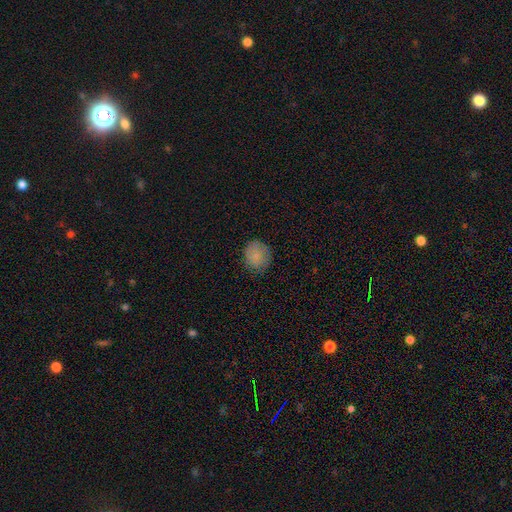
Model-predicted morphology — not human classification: Q: Smooth or featured?
A: smooth (82%); runner-up: star or artifact (9%)
Q: How rounded?
A: round (78%); runner-up: in between (22%)
Q: Merging?
A: none (79%); runner-up: minor disturbance (16%)